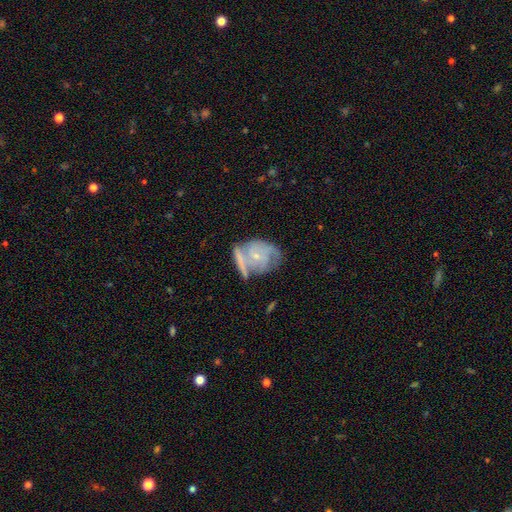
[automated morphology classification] This appears to be a featured or disk galaxy (69%) with no bar (69%), tight (47%) spiral arms (77%) and a small central bulge (74%). Merging: none (39%).